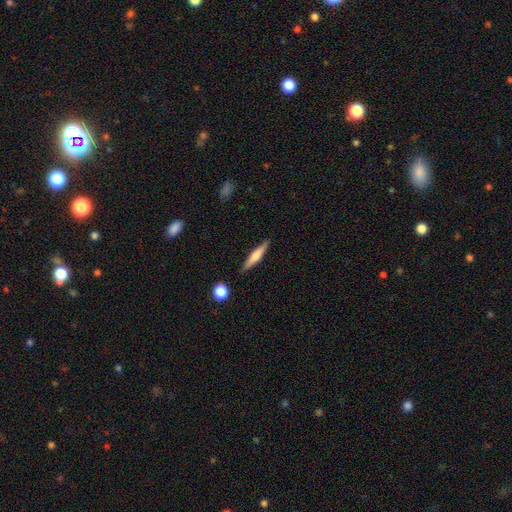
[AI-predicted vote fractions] This appears to be a smooth galaxy with no disk features (55%) that is cigar-shaped (88%). Merging: none (87%).